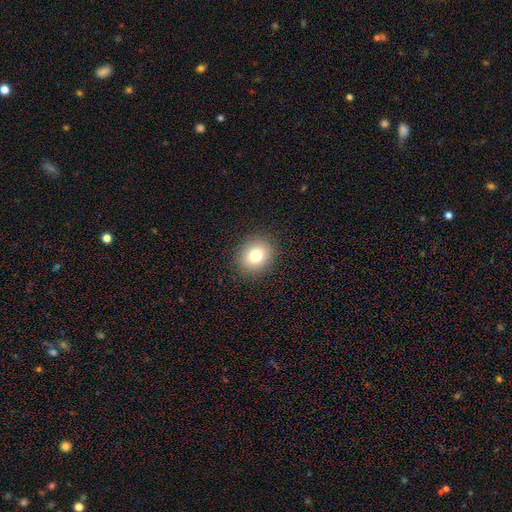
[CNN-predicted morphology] Overall: smooth (79%). How rounded: round (72%). Merging: none (90%).